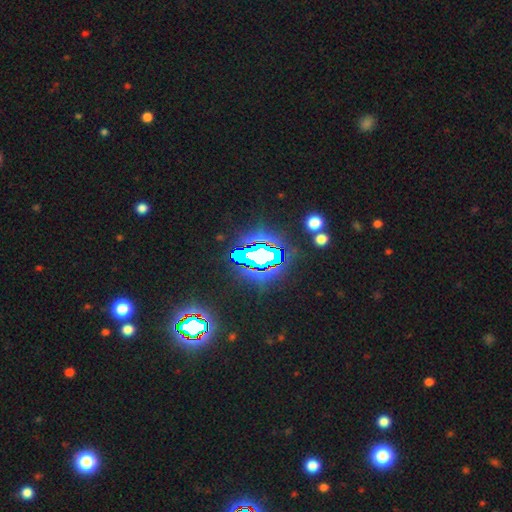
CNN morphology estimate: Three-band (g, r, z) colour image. It shows a star or artifact, not a galaxy (70%).